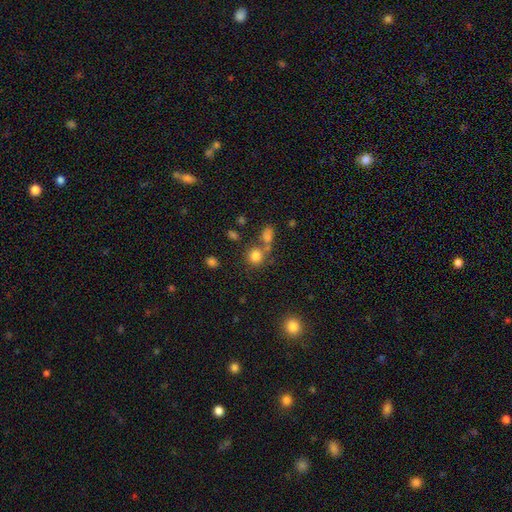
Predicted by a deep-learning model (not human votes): Q: Smooth or featured?
A: smooth (79%); runner-up: star or artifact (13%)
Q: How rounded?
A: round (85%); runner-up: in between (14%)
Q: Merging?
A: none (61%); runner-up: merger (25%)